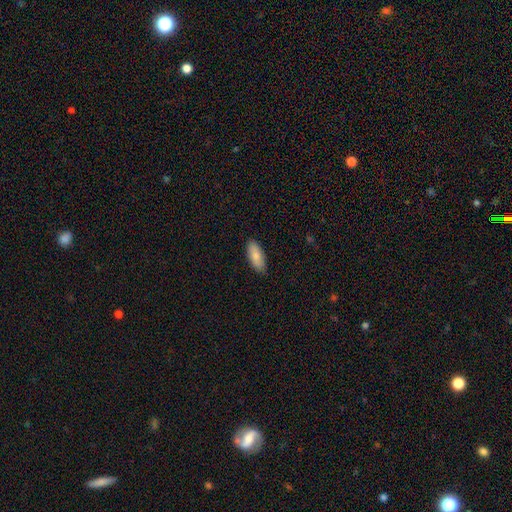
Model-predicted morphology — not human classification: Overall: smooth (84%). How rounded: in between (82%). Merging: none (85%).